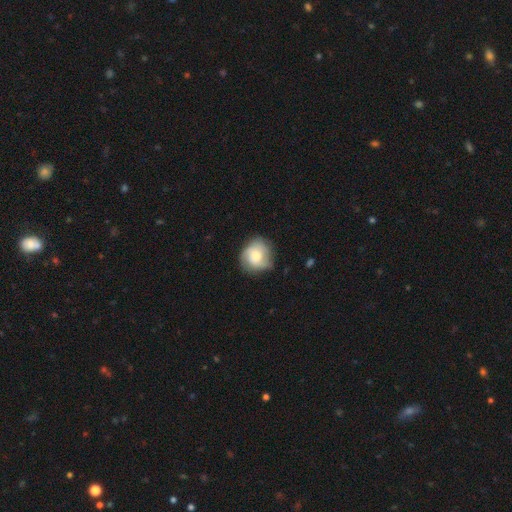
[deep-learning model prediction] This is possibly a smooth galaxy (58%). How rounded: clearly round (81%). Merging: likely none (66%).